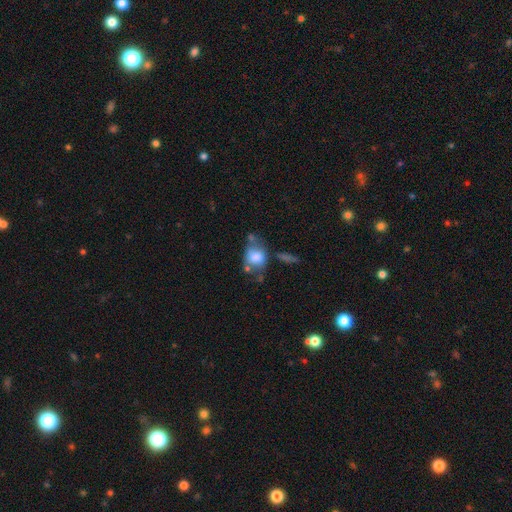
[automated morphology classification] This is likely a smooth galaxy (69%). How rounded: likely in between (64%). Merging: marginally none (37%).